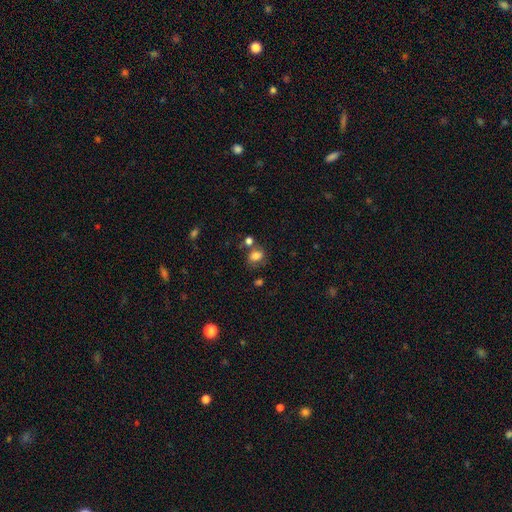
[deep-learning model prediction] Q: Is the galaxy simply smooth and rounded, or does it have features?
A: smooth — 74%.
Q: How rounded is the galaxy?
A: in between — 59%.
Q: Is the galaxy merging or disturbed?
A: none — 51%.